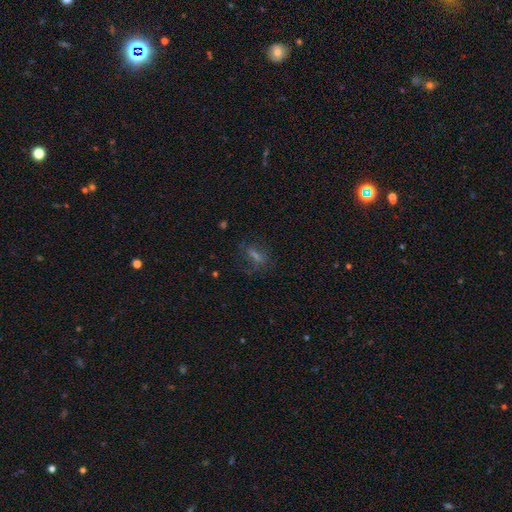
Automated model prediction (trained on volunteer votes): smooth_or_featured: smooth (p=0.40) [alt: star or artifact p=0.31]
merging: none (p=0.67) [alt: minor disturbance p=0.17]